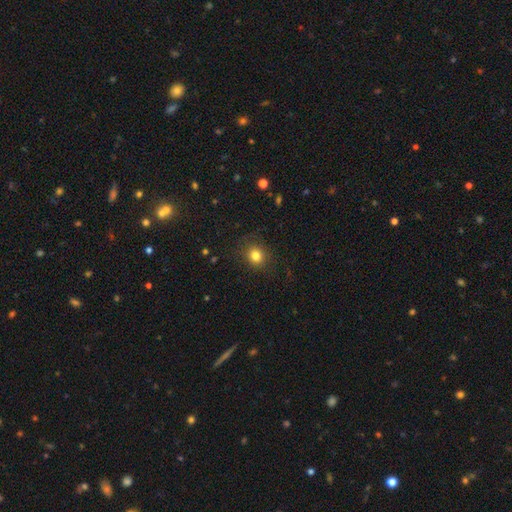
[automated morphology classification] A smooth galaxy with no disk features (81%) that is round (79%).

Vote fractions:
- Smooth or featured? smooth: 81% / star or artifact: 12% / featured or disk: 6%
- How rounded? round: 79% / in between: 20% / cigar-shaped: 1%
- Merging? none: 86% / minor disturbance: 9% / major disturbance: 3% / merger: 1%